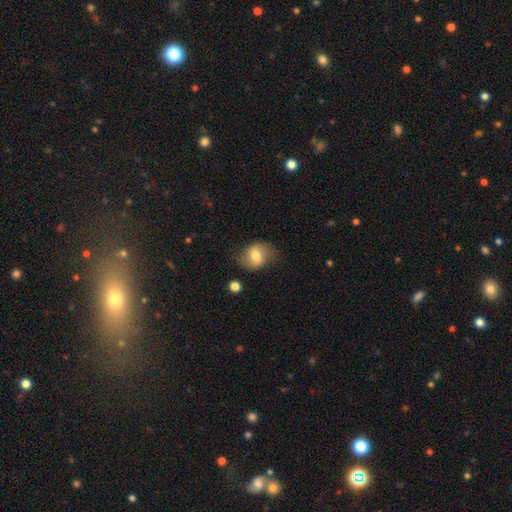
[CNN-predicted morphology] Q: Smooth or featured?
A: smooth (65%); runner-up: featured or disk (27%)
Q: How rounded?
A: in between (55%); runner-up: round (44%)
Q: Merging?
A: none (70%); runner-up: minor disturbance (21%)